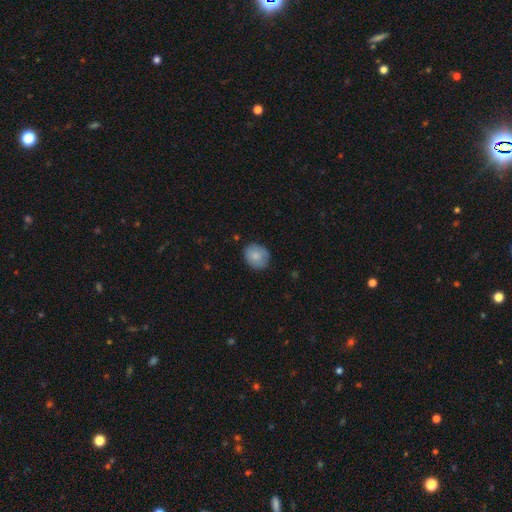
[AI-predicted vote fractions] Smooth or featured? Predicted: smooth (p=0.82). How rounded? Predicted: round (p=0.66). Merging? Predicted: none (p=0.79).